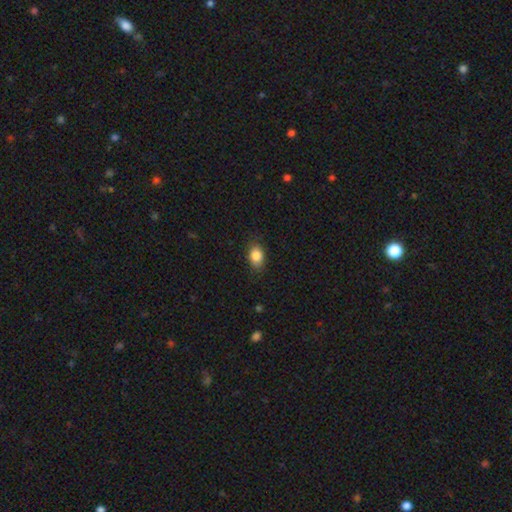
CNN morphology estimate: This is clearly a smooth galaxy (85%). How rounded: clearly in between (80%). Merging: clearly none (84%).